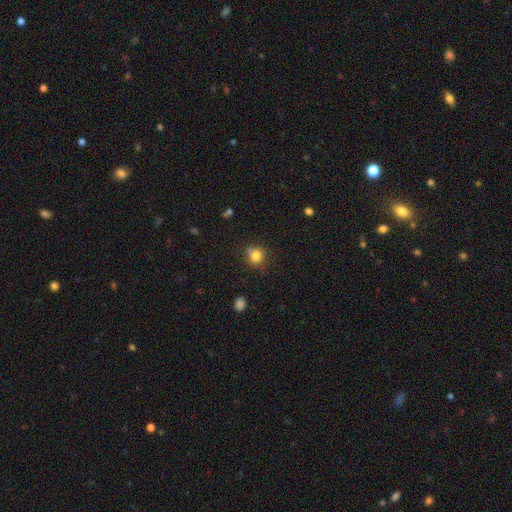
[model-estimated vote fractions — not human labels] Smooth or featured: smooth — 81% (star or artifact — 12%)
How rounded: round — 84% (in between — 15%)
Merging: none — 69% (minor disturbance — 15%)